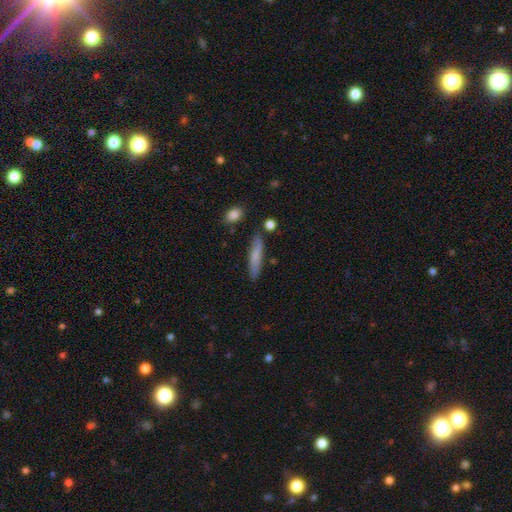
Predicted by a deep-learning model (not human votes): Morphology: type=smooth (71%); roundness=cigar-shaped (84%); merging=none (80%).